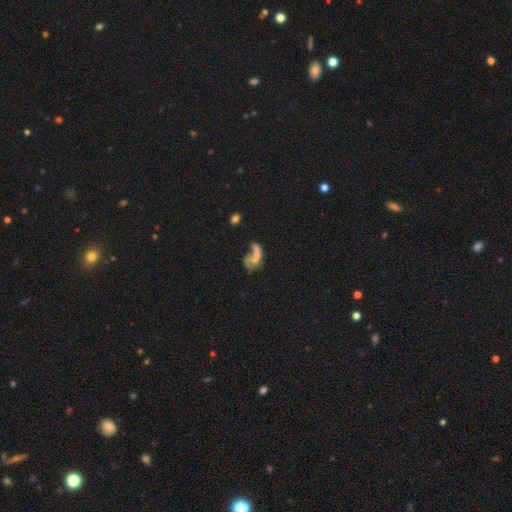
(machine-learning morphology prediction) This appears to be a featured or disk galaxy (46%). Merging: merger (40%).